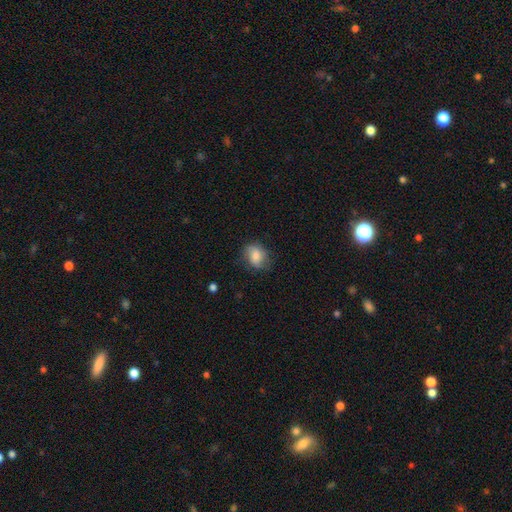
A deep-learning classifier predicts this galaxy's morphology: This appears to be a smooth galaxy with no disk features (78%) that is in between round and cigar-shaped (56%). Merging: none (68%).